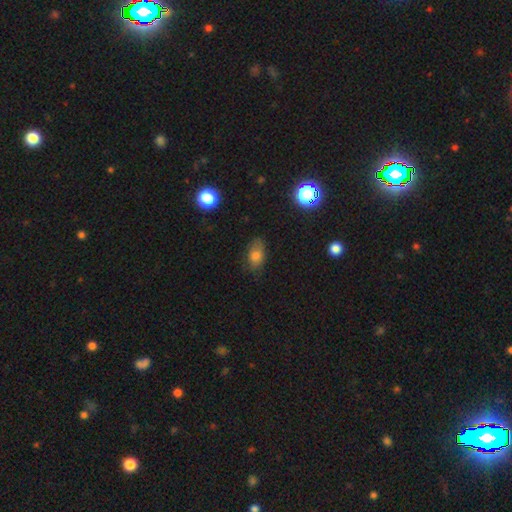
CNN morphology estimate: Smooth or featured? smooth (76%)
How rounded? in between (87%)
Merging? none (70%)